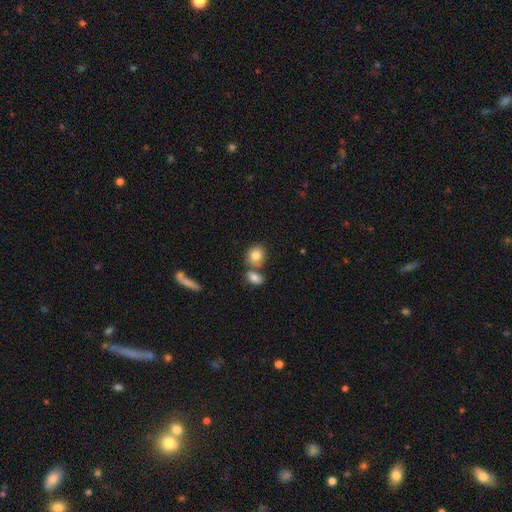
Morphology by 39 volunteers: A smooth galaxy with no disk features (85%) that is round (67%). Merging: none (67%).